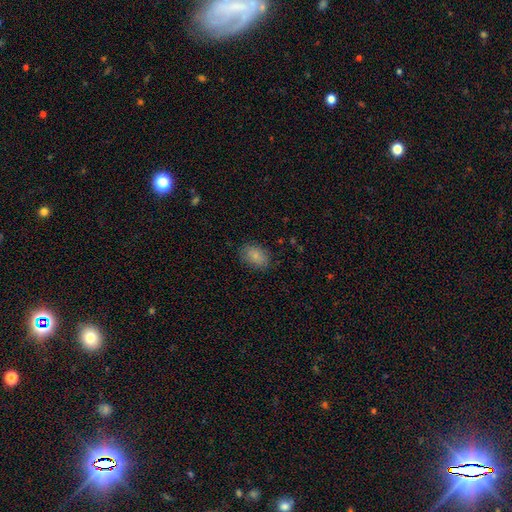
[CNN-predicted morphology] A smooth galaxy with no disk features (84%) that is in between round and cigar-shaped (80%).

Vote fractions:
- Smooth or featured? smooth: 84% / star or artifact: 8% / featured or disk: 8%
- How rounded? in between: 80% / round: 19% / cigar-shaped: 1%
- Merging? none: 82% / minor disturbance: 13% / major disturbance: 4% / merger: 1%